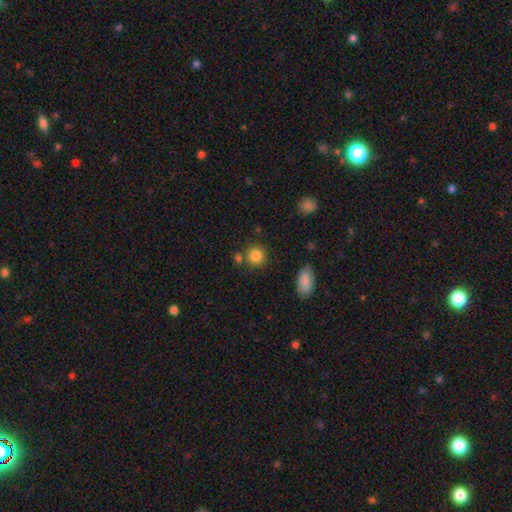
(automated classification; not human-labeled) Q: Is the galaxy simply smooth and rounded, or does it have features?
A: smooth — 84%.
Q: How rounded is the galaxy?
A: round — 88%.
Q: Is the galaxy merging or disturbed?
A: none — 77%.